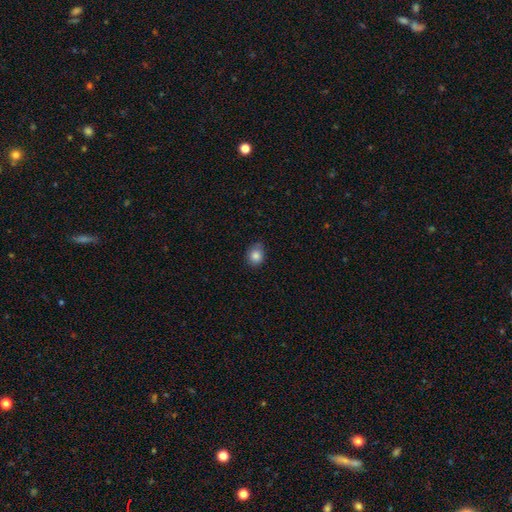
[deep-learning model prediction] Smooth or featured?
  - smooth: 85% *
  - star or artifact: 10%
  - featured or disk: 5%
How rounded?
  - round: 69% *
  - in between: 30%
  - cigar-shaped: 1%
Merging?
  - none: 79% *
  - minor disturbance: 17%
  - major disturbance: 3%
  - merger: 1%